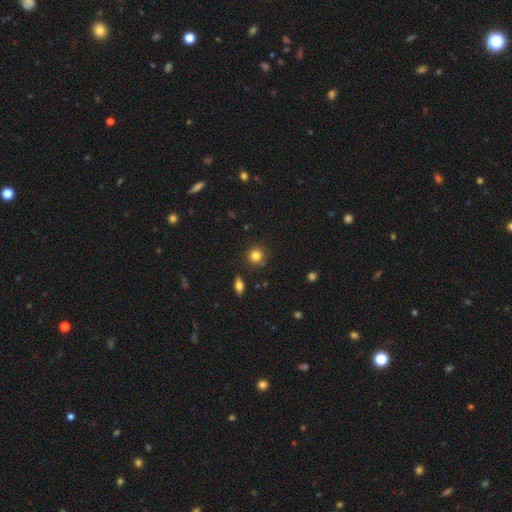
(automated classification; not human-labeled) Q: Smooth or featured?
A: smooth (83%); runner-up: star or artifact (11%)
Q: How rounded?
A: round (89%); runner-up: in between (10%)
Q: Merging?
A: none (85%); runner-up: minor disturbance (9%)